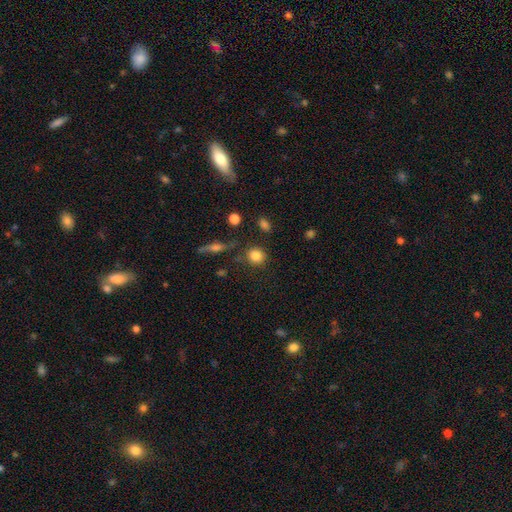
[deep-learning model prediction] smooth_or_featured: smooth (p=0.84) [alt: star or artifact p=0.09]
how_rounded: round (p=0.83) [alt: in between p=0.15]
merging: none (p=0.80) [alt: minor disturbance p=0.11]